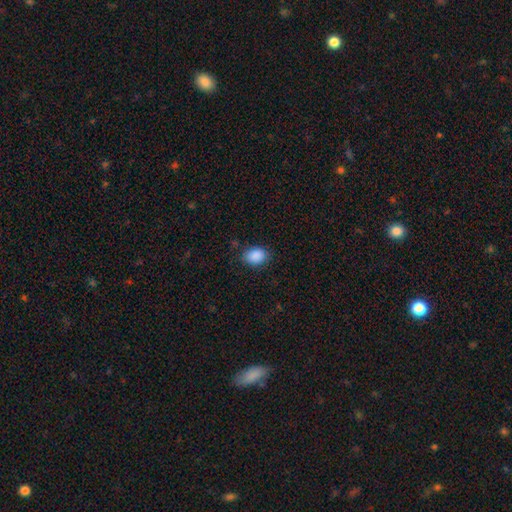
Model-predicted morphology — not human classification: A smooth galaxy with no disk features (89%) that is in between round and cigar-shaped (71%). Merging: none (82%).